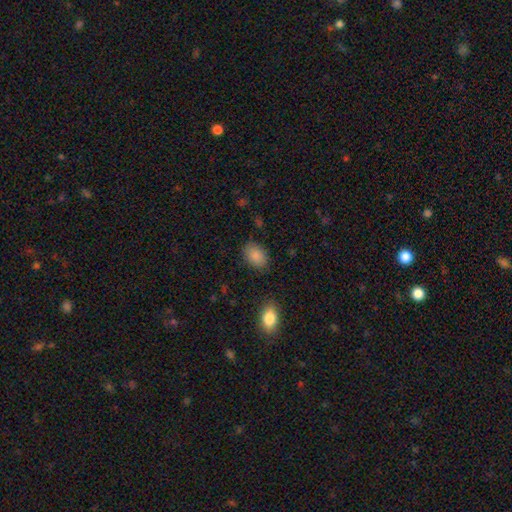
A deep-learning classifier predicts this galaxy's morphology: smooth 88%, star or artifact 8%, featured or disk 4%. Down the decision tree: how rounded — in between (82%); merging — none (83%).